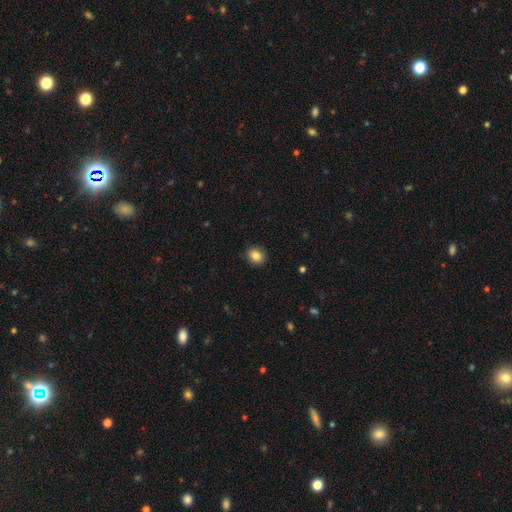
Smooth or featured: smooth — 90% (featured or disk — 5%)
How rounded: round — 58% (in between — 42%)
Merging: none — 87% (minor disturbance — 13%)